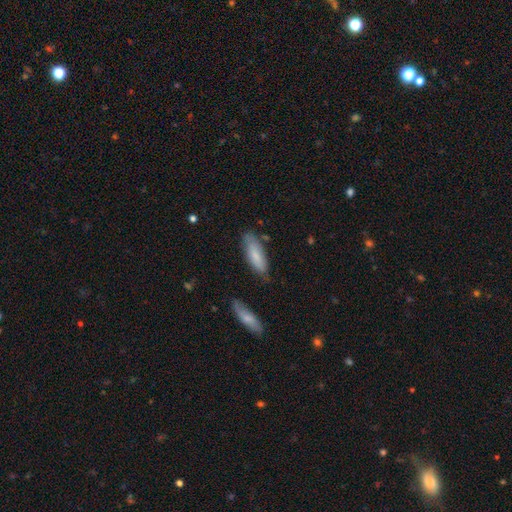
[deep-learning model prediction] The model was most divided on "how rounded": in between: 61%, cigar-shaped: 37%, round: 2%. More confident: smooth or featured — smooth (77%); merging — none (71%).